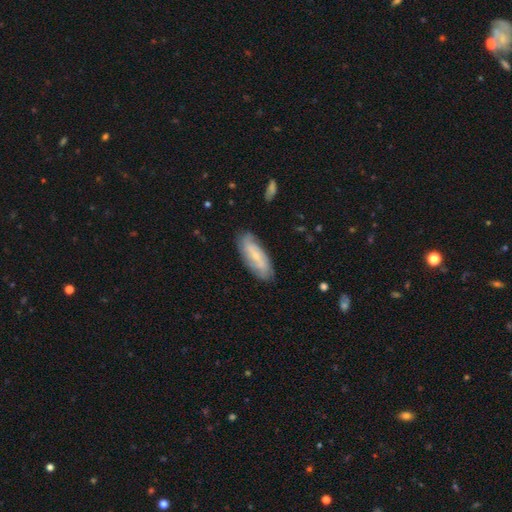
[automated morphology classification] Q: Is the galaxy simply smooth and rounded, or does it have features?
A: featured or disk — 54%.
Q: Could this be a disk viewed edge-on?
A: no — 84%.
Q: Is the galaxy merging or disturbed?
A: none — 80%.